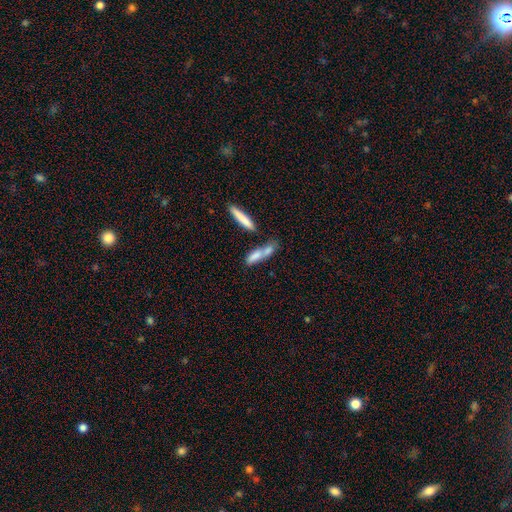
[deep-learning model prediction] Smooth or featured? smooth (70%)
How rounded? cigar-shaped (66%)
Merging? merger (46%)